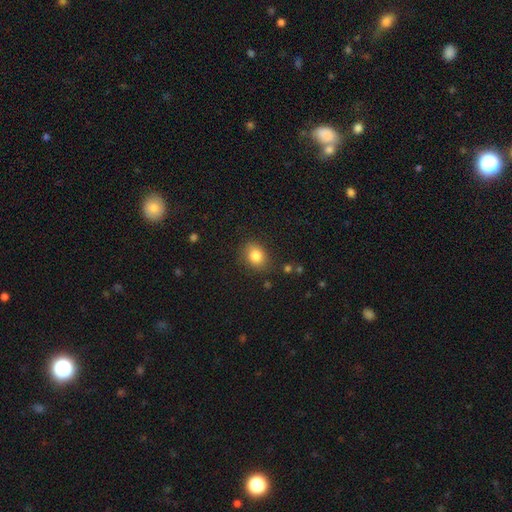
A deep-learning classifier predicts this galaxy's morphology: Q: Smooth or featured?
A: smooth (83%); runner-up: star or artifact (10%)
Q: How rounded?
A: round (52%); runner-up: in between (47%)
Q: Merging?
A: none (82%); runner-up: minor disturbance (13%)